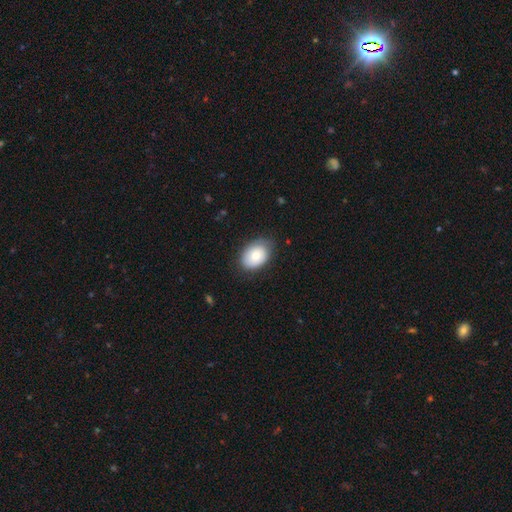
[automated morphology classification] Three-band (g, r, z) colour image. It shows a smooth galaxy with no disk features (73%) that is in between round and cigar-shaped (77%). Merging: none (74%).